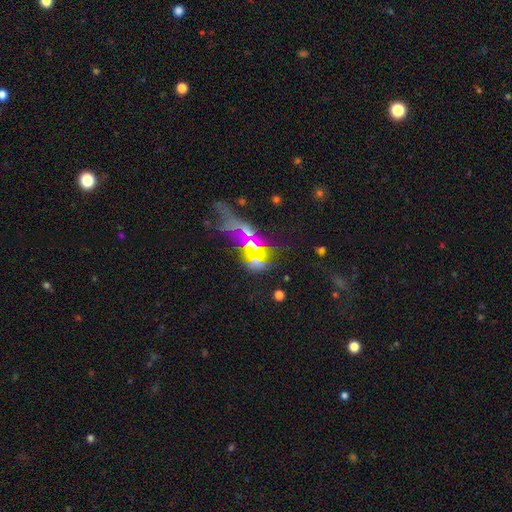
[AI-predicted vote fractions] The model was most divided on "smooth or featured": star or artifact: 55%, smooth: 24%, featured or disk: 21%.